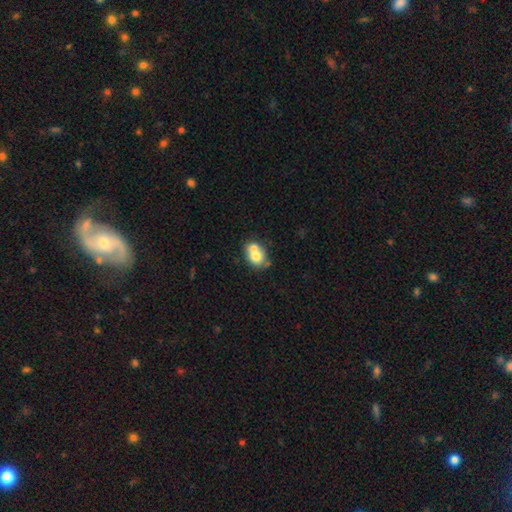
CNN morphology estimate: This appears to be a smooth galaxy with no disk features (70%) that is round (51%). Merging: merger (52%).